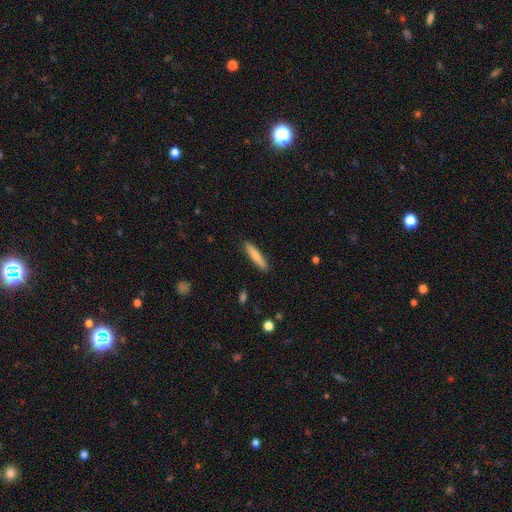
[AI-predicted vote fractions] This appears to be a smooth galaxy with no disk features (62%) that is cigar-shaped (90%). Merging: none (89%).